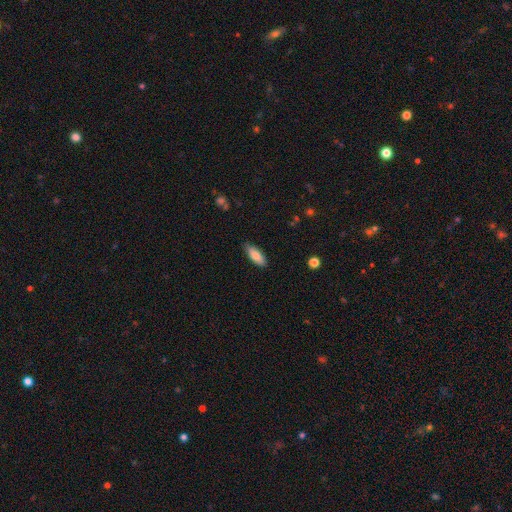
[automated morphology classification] Smooth or featured?
  - smooth: 81% *
  - featured or disk: 13%
  - star or artifact: 6%
How rounded?
  - in between: 71% *
  - cigar-shaped: 27%
  - round: 2%
Merging?
  - none: 85% *
  - minor disturbance: 11%
  - major disturbance: 2%
  - merger: 1%